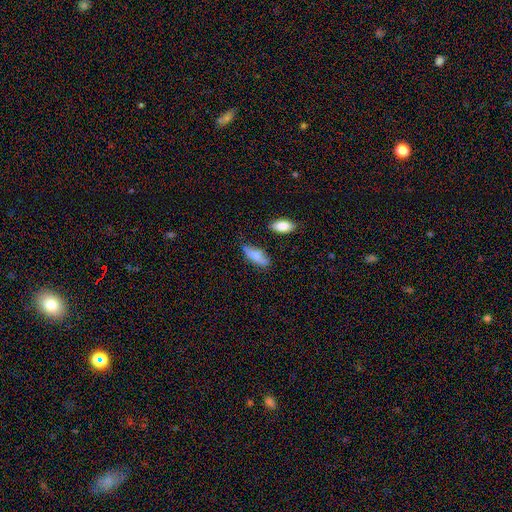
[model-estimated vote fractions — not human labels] Smooth or featured? Predicted: smooth (p=0.71). How rounded? Predicted: in between (p=0.70). Merging? Predicted: none (p=0.58).